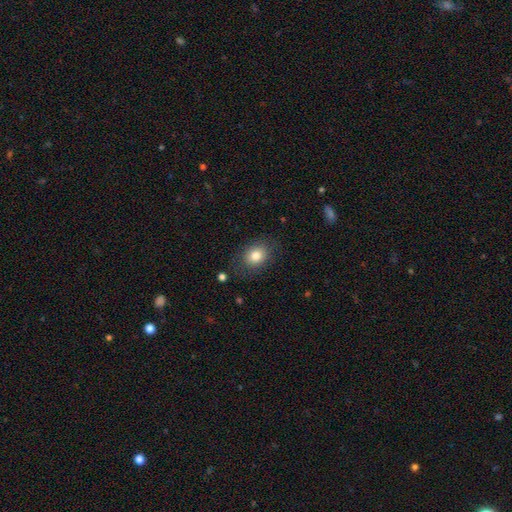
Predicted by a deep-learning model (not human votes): The model was most divided on "how rounded": in between: 52%, round: 48%, cigar-shaped: 1%. More confident: smooth or featured — smooth (81%); merging — none (80%).